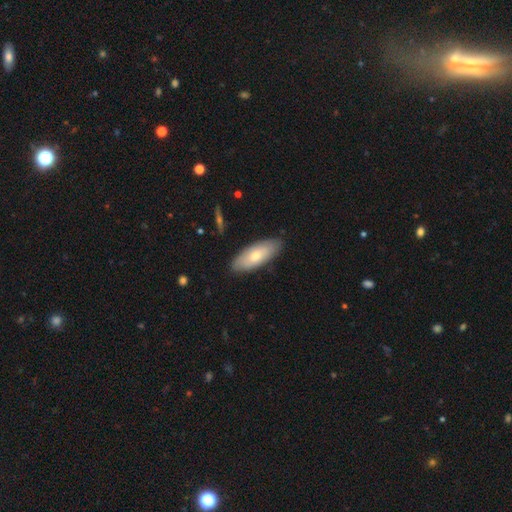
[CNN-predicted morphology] type=smooth (66%); roundness=in between (81%); merging=none (84%).